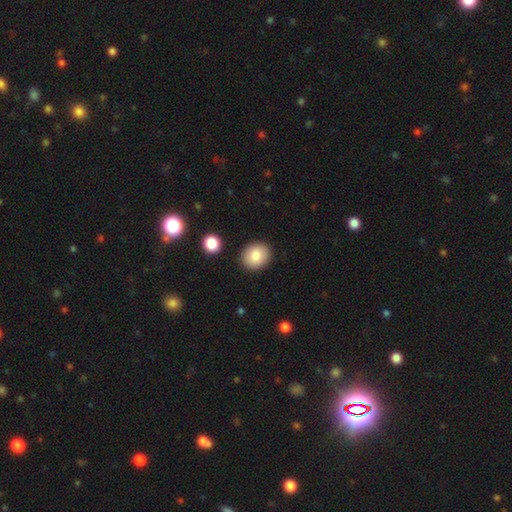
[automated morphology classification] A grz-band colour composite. It shows a smooth galaxy with no disk features (86%) that is round (66%). Merging: none (89%).